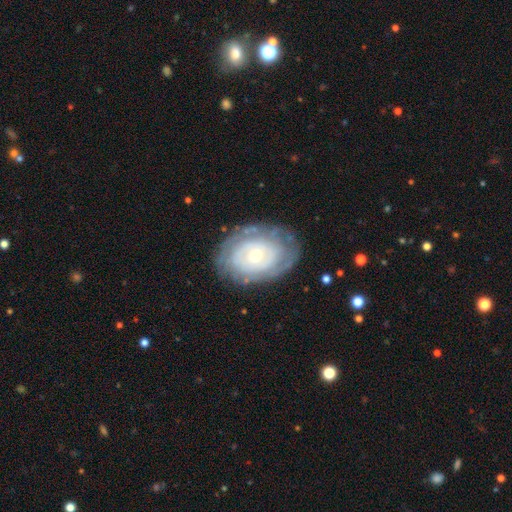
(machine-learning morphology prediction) This appears to be a featured or disk galaxy (71%) with no bar (83%), spiral arms (60%) and a moderate central bulge (53%). Merging: none (75%).